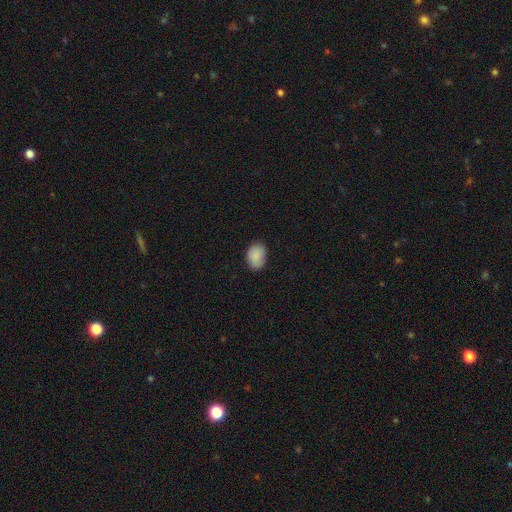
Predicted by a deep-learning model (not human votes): This is clearly a smooth galaxy (87%). How rounded: likely in between (74%). Merging: likely none (73%).